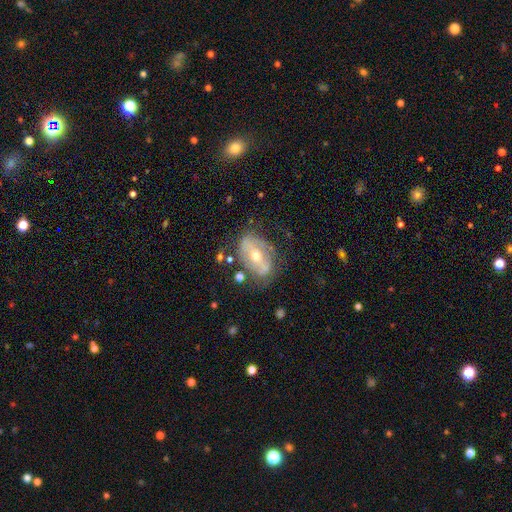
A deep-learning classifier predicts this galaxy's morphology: This appears to be a featured or disk galaxy (68%) with a strong bar (44%), no spiral arms (52%) and a moderate central bulge (54%). Merging: none (65%).